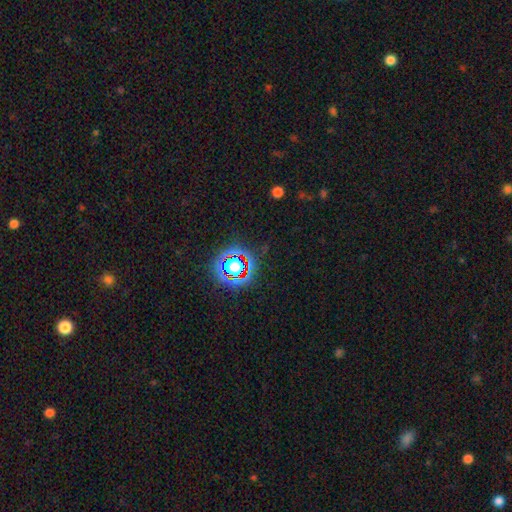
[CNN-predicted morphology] type=star or artifact (79%).